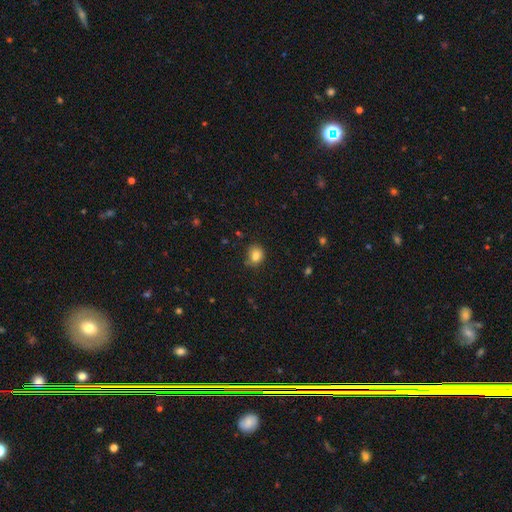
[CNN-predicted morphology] This is clearly a smooth galaxy (84%). How rounded: likely round (64%). Merging: likely none (68%).